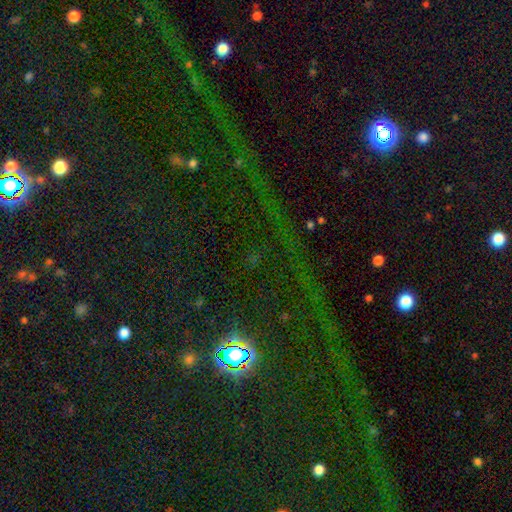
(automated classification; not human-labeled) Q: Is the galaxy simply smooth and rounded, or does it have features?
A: star or artifact — 76%.